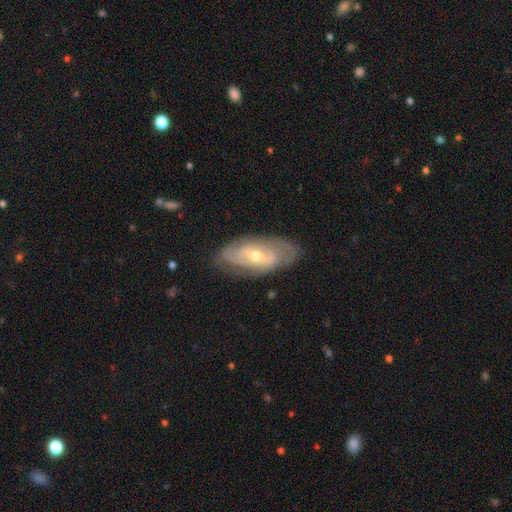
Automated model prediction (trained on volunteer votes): Q: Smooth or featured?
A: featured or disk (76%); runner-up: smooth (18%)
Q: Edge-on disk?
A: no (90%); runner-up: yes (10%)
Q: Bar?
A: no (49%); runner-up: weak (37%)
Q: Spiral arms?
A: yes (84%); runner-up: no (16%)
Q: Spiral winding?
A: tight (54%); runner-up: medium (33%)
Q: Spiral arm count?
A: 2 (43%); runner-up: can't tell (37%)
Q: Bulge size?
A: moderate (53%); runner-up: small (44%)
Q: Merging?
A: none (75%); runner-up: minor disturbance (18%)